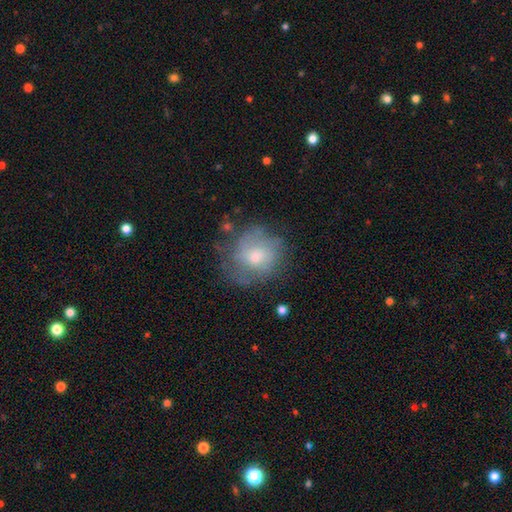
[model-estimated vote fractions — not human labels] Morphology: type=smooth (46%); merging=none (62%).